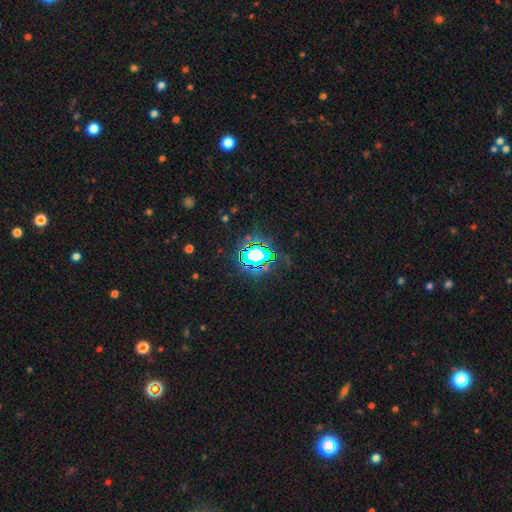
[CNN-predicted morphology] This appears to be a star or artifact, not a galaxy (68%).